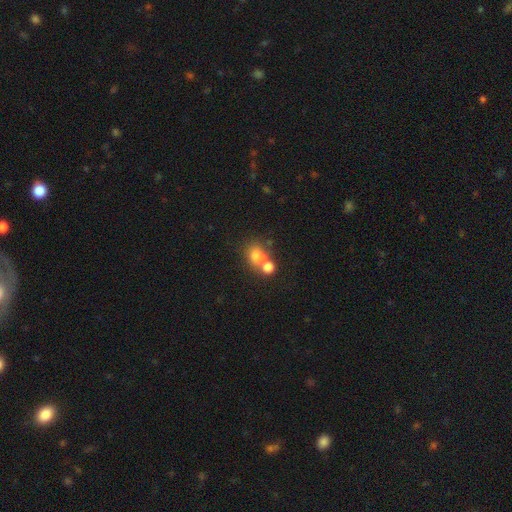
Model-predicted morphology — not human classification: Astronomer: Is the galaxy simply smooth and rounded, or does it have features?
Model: smooth — 62%.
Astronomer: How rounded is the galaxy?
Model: round — 68%.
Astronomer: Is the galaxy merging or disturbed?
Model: merger — 50% (runner-up: none, 36%).